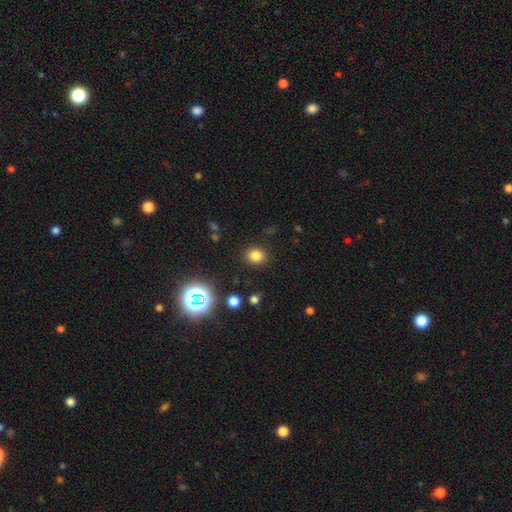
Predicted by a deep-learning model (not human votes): Smooth or featured? Predicted: smooth (p=0.79). How rounded? Predicted: round (p=0.77). Merging? Predicted: none (p=0.88).